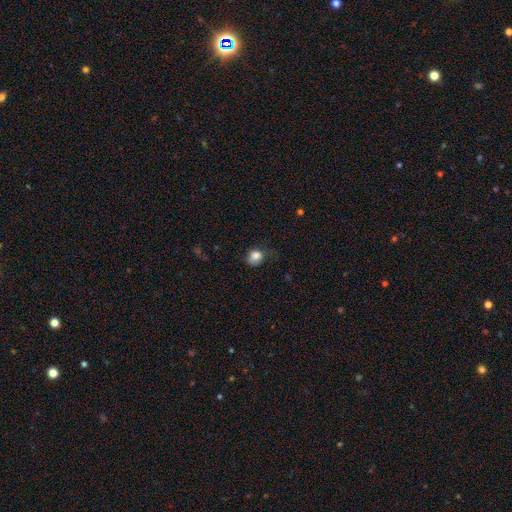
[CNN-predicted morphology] A smooth galaxy with no disk features (82%) that is round (71%). Merging: none (52%).